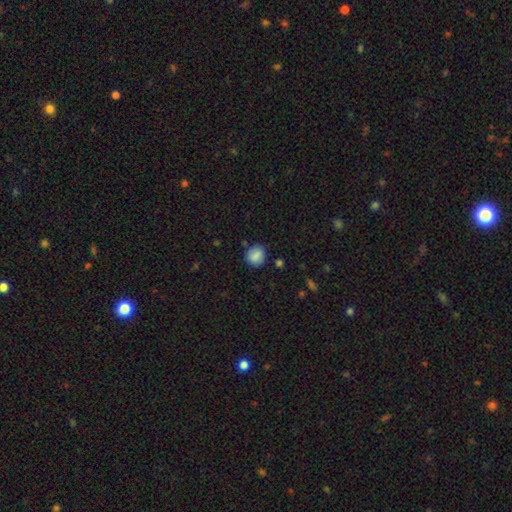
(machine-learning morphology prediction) Smooth or featured? smooth (84%)
How rounded? round (83%)
Merging? none (82%)